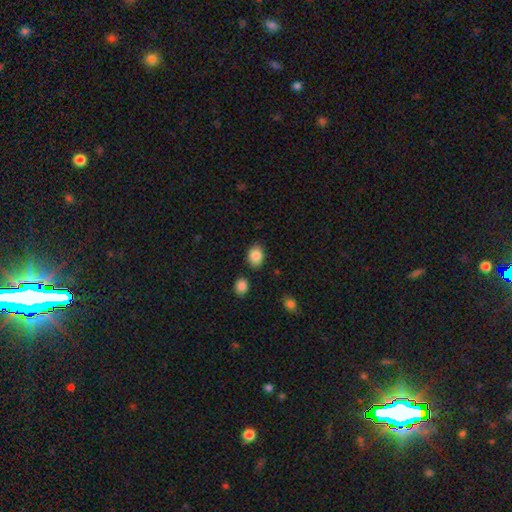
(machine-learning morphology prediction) smooth 86%, star or artifact 8%, featured or disk 5%. Down the decision tree: how rounded — in between (67%); merging — none (82%).